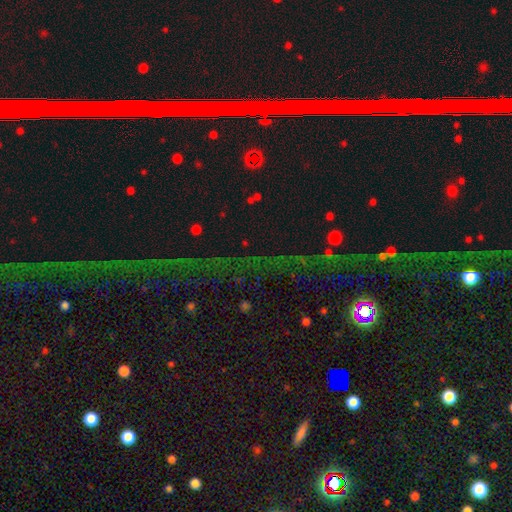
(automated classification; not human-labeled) star or artifact 73%, smooth 14%, featured or disk 13%.